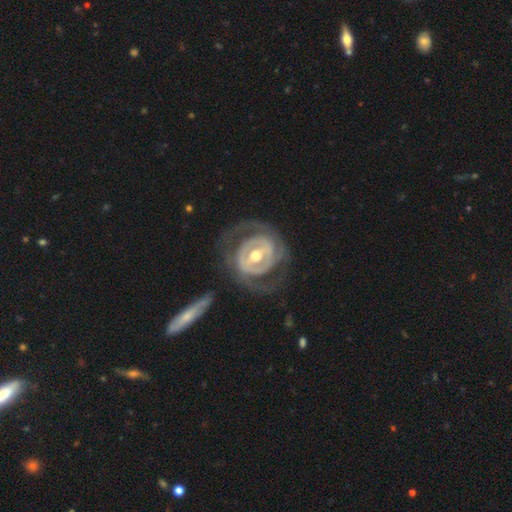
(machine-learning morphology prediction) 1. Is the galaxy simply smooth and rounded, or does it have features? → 85% featured or disk, 11% smooth, 4% star or artifact.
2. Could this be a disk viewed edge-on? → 95% no, 5% yes.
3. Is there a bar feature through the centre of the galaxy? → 46% strong, 34% weak, 19% no.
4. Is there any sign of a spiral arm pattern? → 74% yes, 26% no.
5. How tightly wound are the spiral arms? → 58% tight, 29% medium, 13% loose.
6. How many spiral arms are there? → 60% 2, 21% can't tell, 8% 3, 6% 1, 3% 4, 2% more than 4.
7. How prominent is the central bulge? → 72% moderate, 19% small, 6% large, 1% dominant, 1% none.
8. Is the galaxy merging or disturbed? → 66% none, 16% major disturbance, 15% minor disturbance, 3% merger.